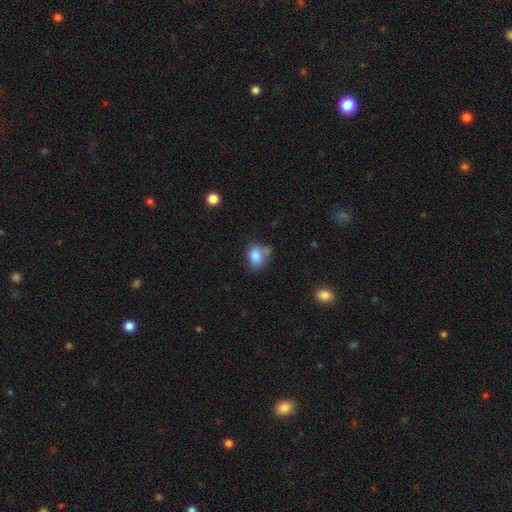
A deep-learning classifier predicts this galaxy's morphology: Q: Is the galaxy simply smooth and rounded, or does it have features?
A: smooth — 80%.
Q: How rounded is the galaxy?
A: in between — 63%.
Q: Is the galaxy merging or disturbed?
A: none — 46%.